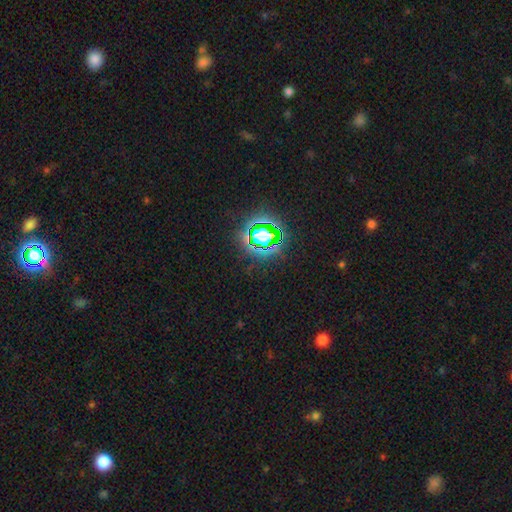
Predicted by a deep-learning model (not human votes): Morphology: type=star or artifact (79%).